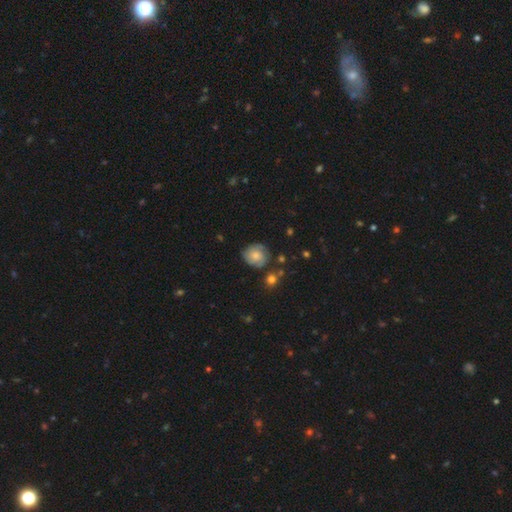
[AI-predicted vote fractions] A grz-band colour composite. It shows a smooth galaxy with no disk features (59%) that is round (81%). Merging: none (69%).